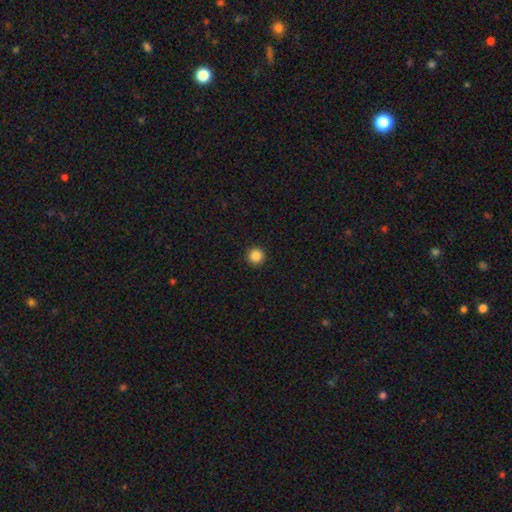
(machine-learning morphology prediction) smooth 87%, star or artifact 10%, featured or disk 3%. Down the decision tree: how rounded — round (96%); merging — none (93%).